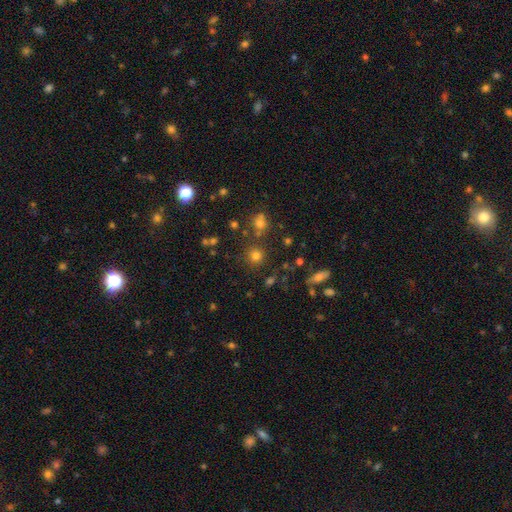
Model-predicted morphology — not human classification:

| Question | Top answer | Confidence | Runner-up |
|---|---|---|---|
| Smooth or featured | smooth | 73% | star or artifact (19%) |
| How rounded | round | 91% | in between (8%) |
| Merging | none | 82% | minor disturbance (8%) |